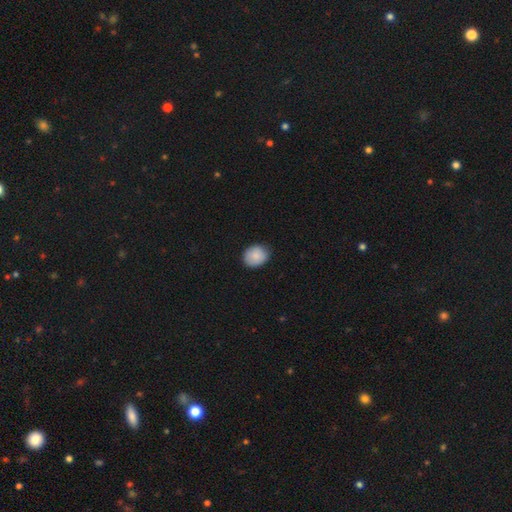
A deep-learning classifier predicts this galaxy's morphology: Smooth or featured? smooth (87%)
How rounded? round (57%)
Merging? none (84%)